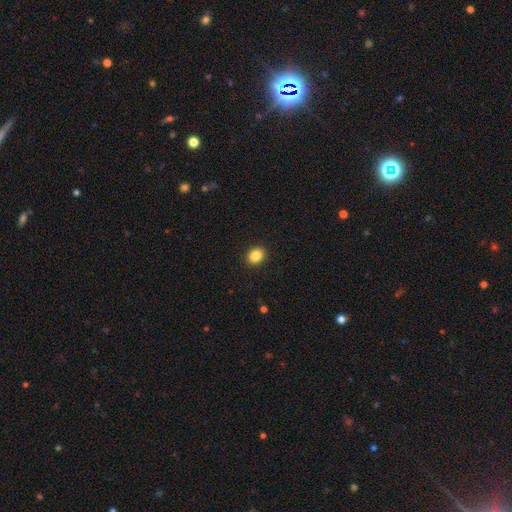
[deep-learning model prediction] This is clearly a smooth galaxy (87%). How rounded: possibly round (53%). Merging: clearly none (91%).